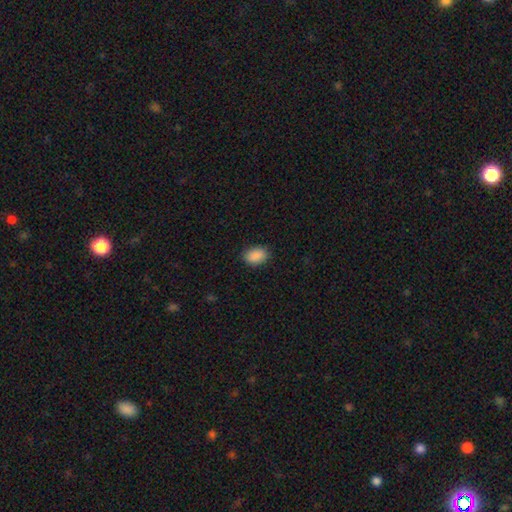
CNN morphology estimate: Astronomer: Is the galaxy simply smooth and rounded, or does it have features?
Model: smooth — 89%.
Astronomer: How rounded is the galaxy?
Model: in between — 83%.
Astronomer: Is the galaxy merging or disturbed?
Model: none — 85%.